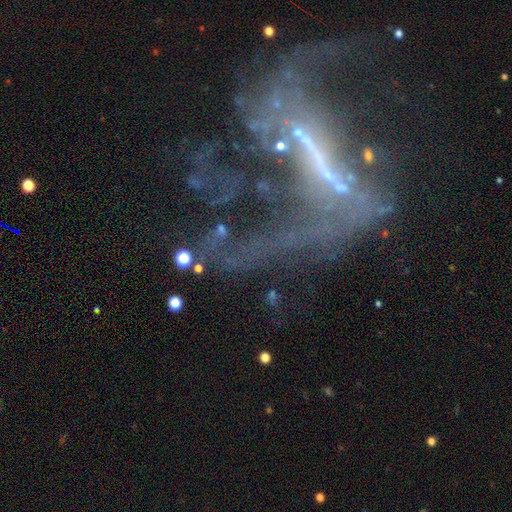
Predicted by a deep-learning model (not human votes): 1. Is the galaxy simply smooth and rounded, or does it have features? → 78% featured or disk, 14% star or artifact, 7% smooth.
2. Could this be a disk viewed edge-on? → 89% no, 11% yes.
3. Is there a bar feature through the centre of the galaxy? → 61% strong, 23% weak, 16% no.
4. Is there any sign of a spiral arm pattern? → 71% yes, 29% no.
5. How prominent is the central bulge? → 49% none, 29% small, 16% moderate, 3% large, 2% dominant.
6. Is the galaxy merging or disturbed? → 43% major disturbance, 32% none, 14% minor disturbance, 11% merger.